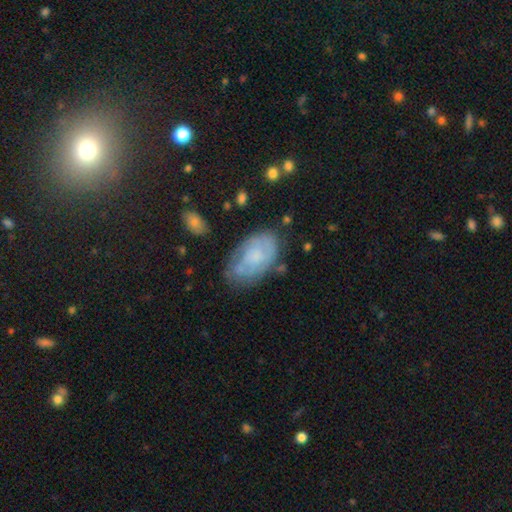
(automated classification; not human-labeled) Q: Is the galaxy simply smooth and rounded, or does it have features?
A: featured or disk — 52%.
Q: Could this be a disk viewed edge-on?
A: no — 95%.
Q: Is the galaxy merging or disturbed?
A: none — 63%.